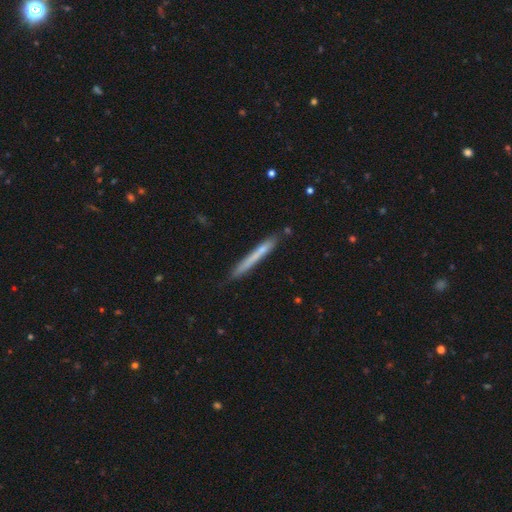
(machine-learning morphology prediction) This is possibly a smooth galaxy (58%). How rounded: clearly cigar-shaped (97%). Merging: clearly none (84%).